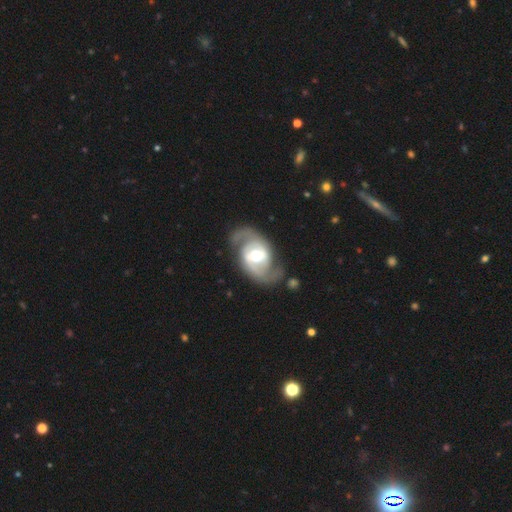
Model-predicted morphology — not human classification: A featured or disk galaxy (86%) with a weak bar (41%), 2 (91%) medium (50%) spiral arms (92%) and a moderate central bulge (71%). Merging: none (74%).